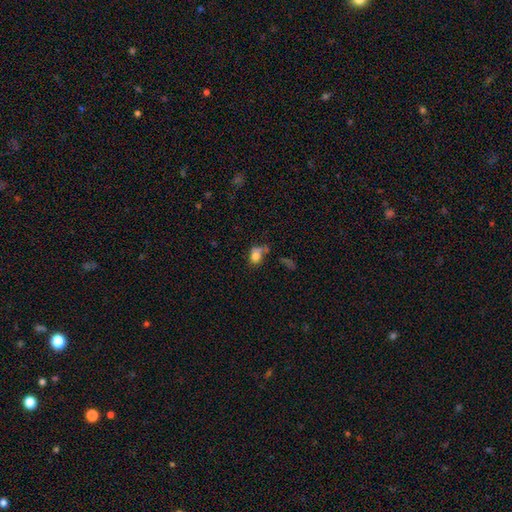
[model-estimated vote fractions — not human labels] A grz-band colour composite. It shows a smooth galaxy with no disk features (77%) that is in between round and cigar-shaped (58%). Merging: none (41%).